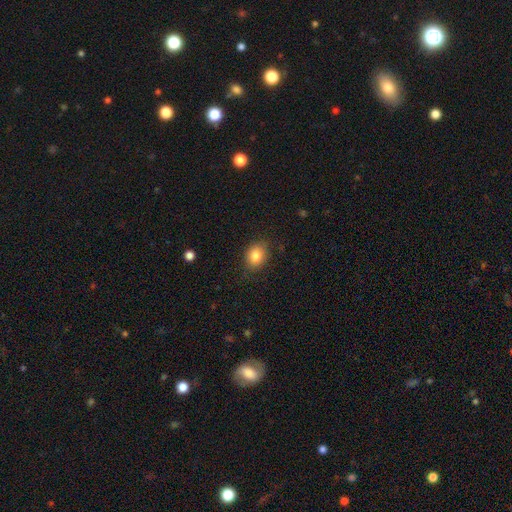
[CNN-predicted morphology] This appears to be a smooth galaxy with no disk features (85%) that is in between round and cigar-shaped (53%). Merging: none (80%).